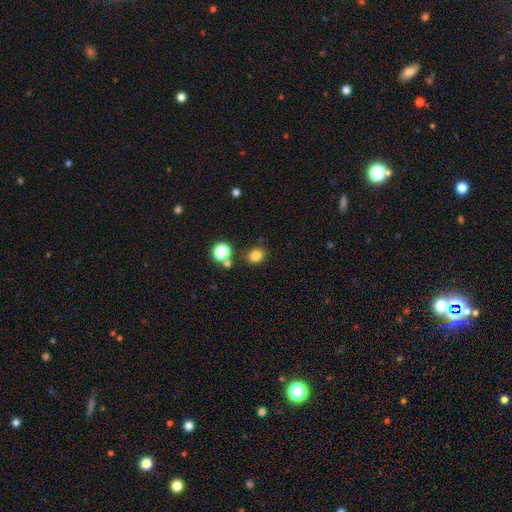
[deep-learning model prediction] The model was most divided on "how rounded": round: 62%, in between: 37%, cigar-shaped: 1%. More confident: smooth or featured — smooth (81%); merging — none (79%).